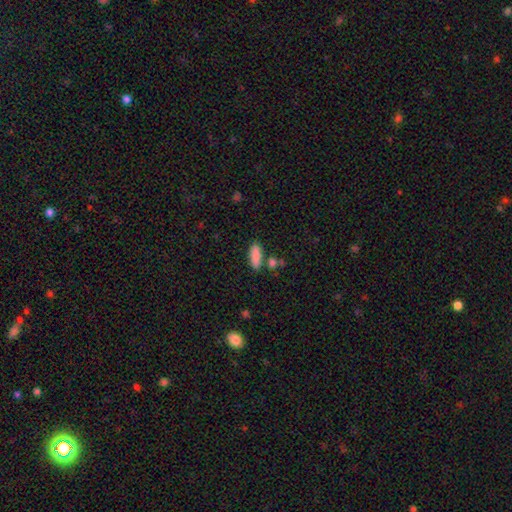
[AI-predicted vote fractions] The model was most divided on "how rounded": in between: 53%, cigar-shaped: 45%, round: 2%. More confident: smooth or featured — smooth (87%); merging — none (77%).